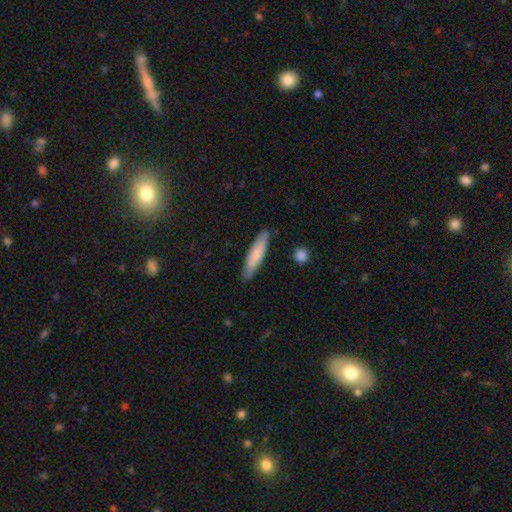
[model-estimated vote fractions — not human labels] The model was most divided on "smooth or featured": smooth: 73%, featured or disk: 22%, star or artifact: 5%. More confident: merging — none (84%); how rounded — cigar-shaped (79%).